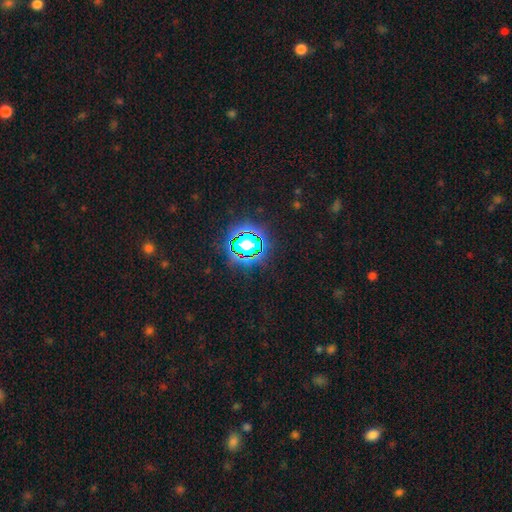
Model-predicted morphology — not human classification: Smooth or featured: star or artifact — 79% (smooth — 14%)